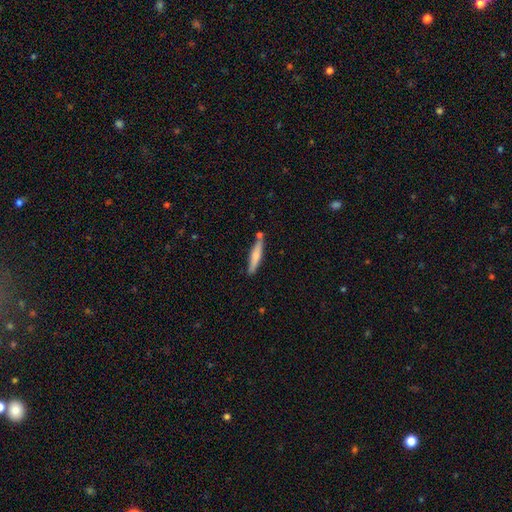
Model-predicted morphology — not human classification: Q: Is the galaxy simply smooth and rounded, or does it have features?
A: smooth — 67%.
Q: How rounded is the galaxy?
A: cigar-shaped — 89%.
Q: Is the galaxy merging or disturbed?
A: none — 74%.